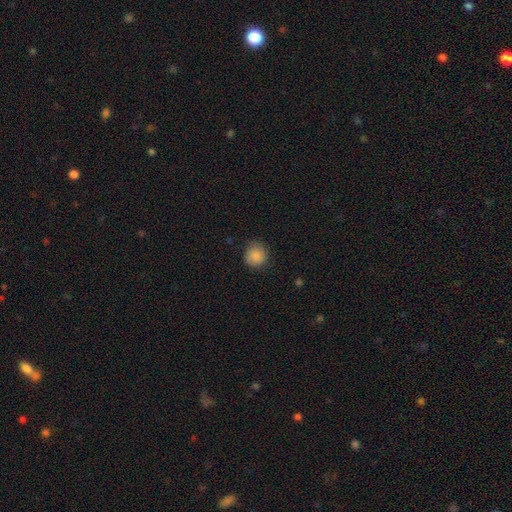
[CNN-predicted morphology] type=smooth (87%); roundness=round (91%); merging=none (81%).